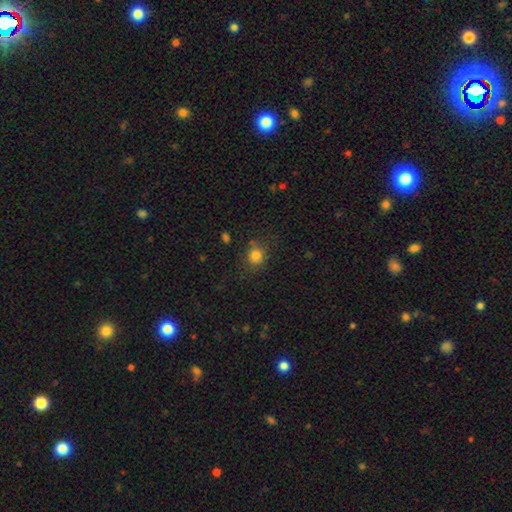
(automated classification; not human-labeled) smooth 82%, star or artifact 12%, featured or disk 6%. Down the decision tree: how rounded — round (78%); merging — none (79%).